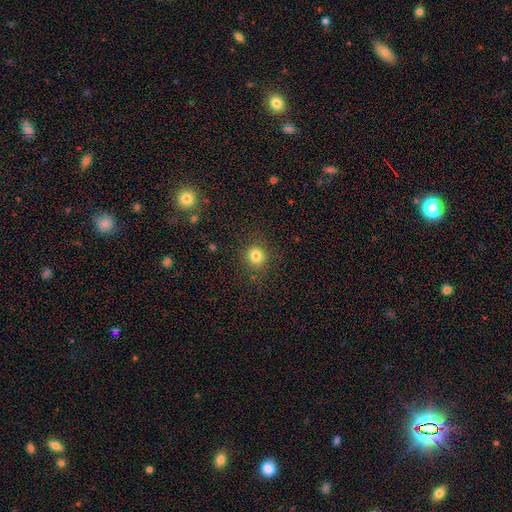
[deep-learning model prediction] Smooth or featured? smooth (81%)
How rounded? round (89%)
Merging? none (87%)